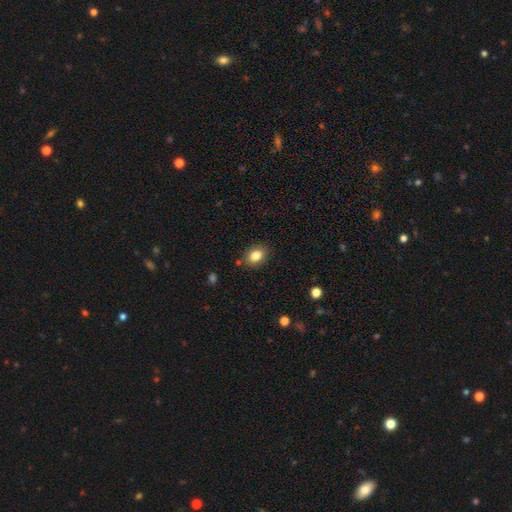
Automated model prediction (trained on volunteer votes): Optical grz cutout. It shows a smooth galaxy with no disk features (83%) that is in between round and cigar-shaped (64%). Merging: none (85%).